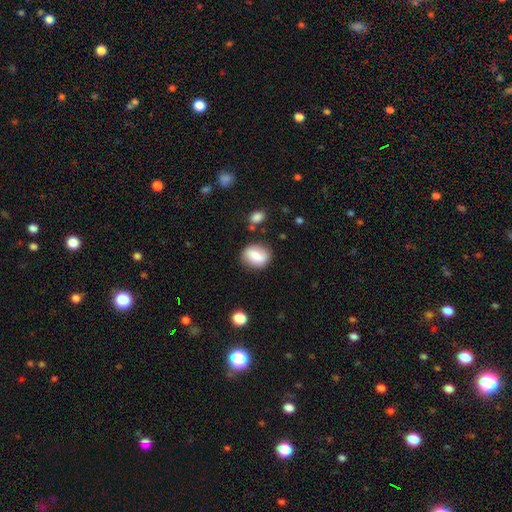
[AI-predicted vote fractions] Smooth or featured: smooth — 73% (featured or disk — 19%)
How rounded: round — 57% (in between — 42%)
Merging: none — 77% (minor disturbance — 15%)